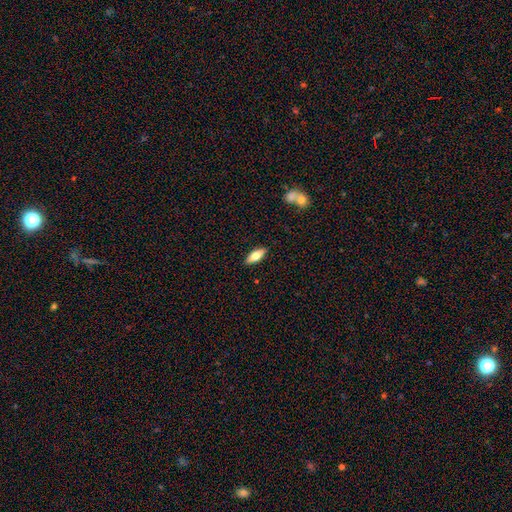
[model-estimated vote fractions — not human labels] Morphology: type=smooth (64%); roundness=in between (69%); merging=none (89%).